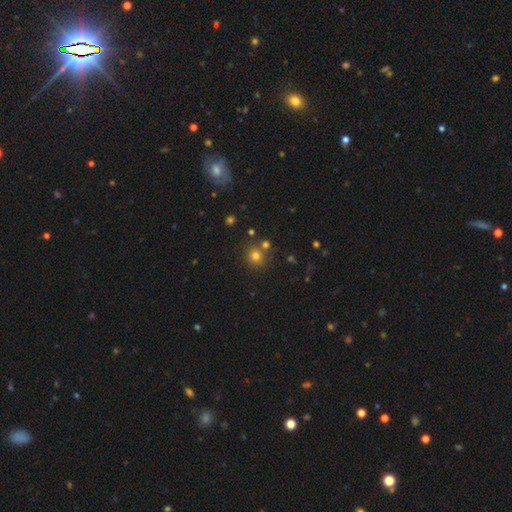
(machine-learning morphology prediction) Smooth or featured? Predicted: smooth (p=0.75). How rounded? Predicted: round (p=0.88). Merging? Predicted: none (p=0.73).